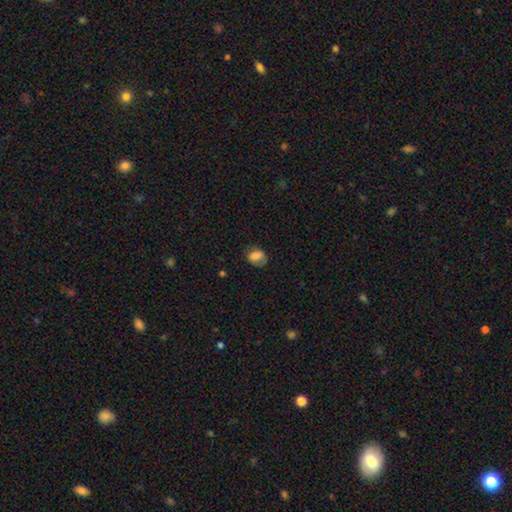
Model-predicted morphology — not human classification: smooth_or_featured: smooth (p=0.75) [alt: featured or disk p=0.16]
how_rounded: in between (p=0.58) [alt: round p=0.41]
merging: none (p=0.62) [alt: minor disturbance p=0.25]